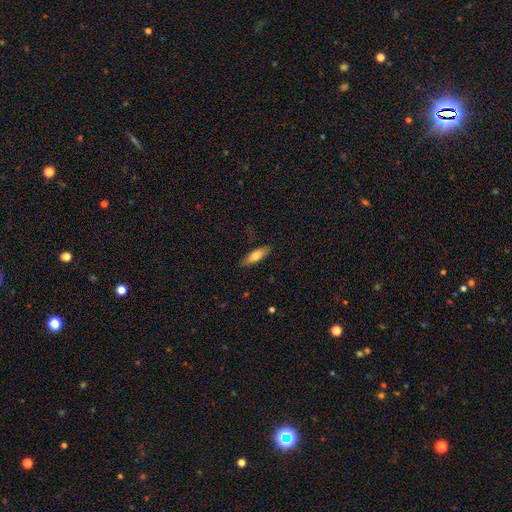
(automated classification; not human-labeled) smooth_or_featured: smooth (p=0.73) [alt: featured or disk p=0.20]
how_rounded: in between (p=0.60) [alt: cigar-shaped p=0.38]
merging: none (p=0.84) [alt: minor disturbance p=0.12]